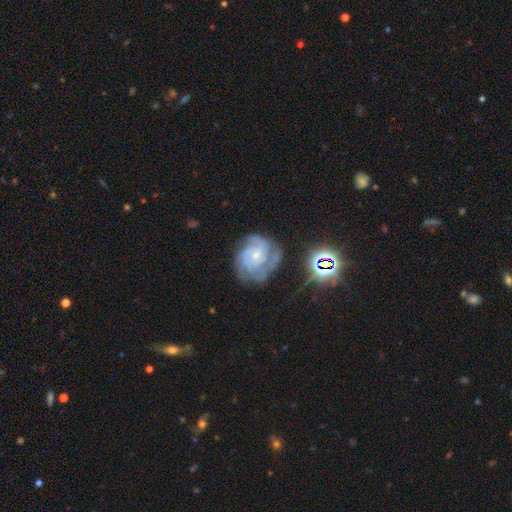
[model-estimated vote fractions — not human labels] Smooth or featured? Predicted: featured or disk (p=0.80). Edge-on disk? Predicted: no (p=0.98). Bar? Predicted: no (p=0.68). Spiral arms? Predicted: yes (p=0.93). Spiral winding? Predicted: tight (p=0.62). Spiral arm count? Predicted: 3 (p=0.30, tied with can't tell). Bulge size? Predicted: small (p=0.65). Merging? Predicted: none (p=0.55).